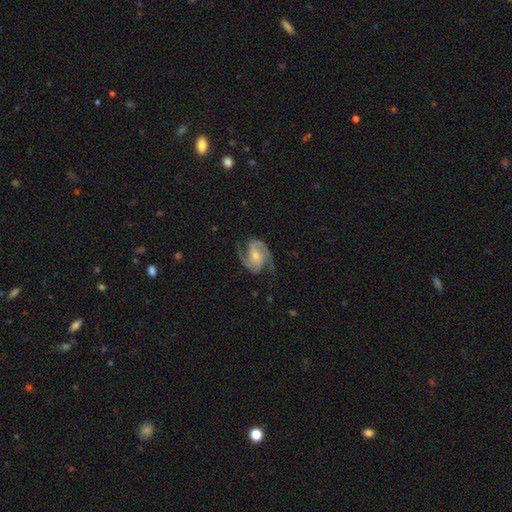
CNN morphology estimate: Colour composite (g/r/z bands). It shows a featured or disk galaxy (89%) with a weak bar (40%), 2 (88%) medium (55%) spiral arms (98%) and a small central bulge (51%). Merging: none (73%).